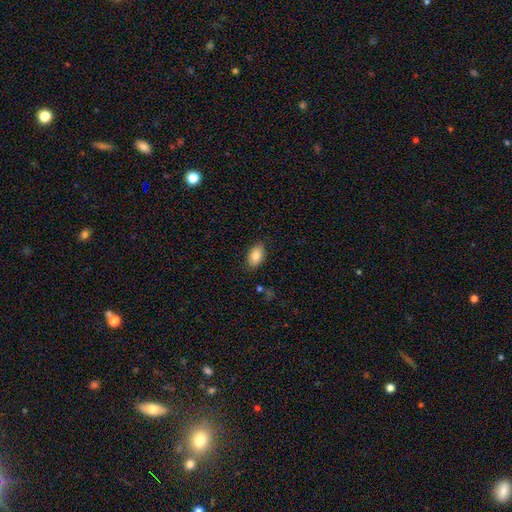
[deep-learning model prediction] A smooth galaxy with no disk features (82%) that is in between round and cigar-shaped (91%). Merging: none (87%).